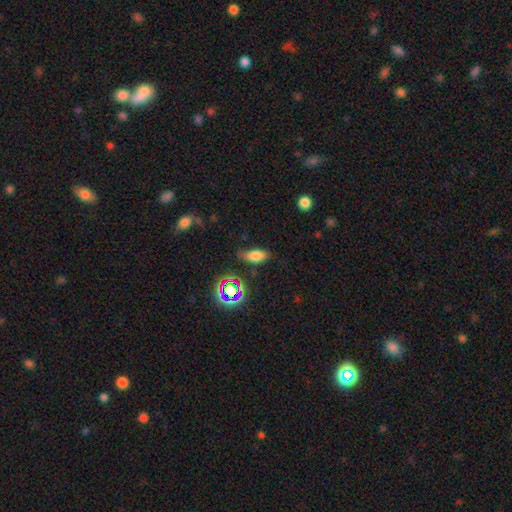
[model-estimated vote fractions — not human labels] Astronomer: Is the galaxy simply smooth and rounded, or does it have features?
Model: smooth — 69%.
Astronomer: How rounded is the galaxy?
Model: in between — 72%.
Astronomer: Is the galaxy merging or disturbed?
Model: none — 72%.